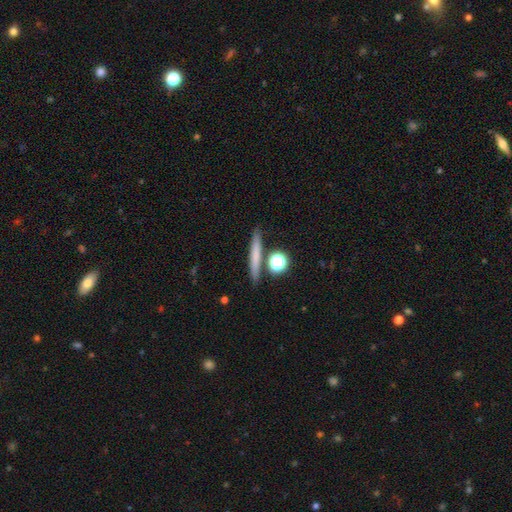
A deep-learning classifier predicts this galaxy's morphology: smooth_or_featured: smooth (p=0.65) [alt: featured or disk p=0.26]
how_rounded: cigar-shaped (p=0.82) [alt: round p=0.10]
merging: none (p=0.81) [alt: minor disturbance p=0.09]